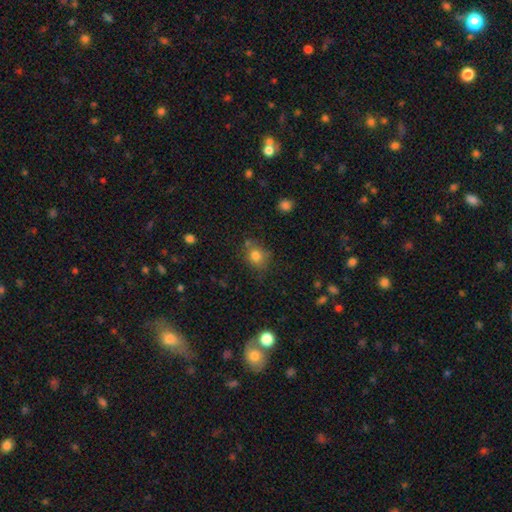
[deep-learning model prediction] Morphology: type=smooth (78%); roundness=round (64%); merging=none (66%).